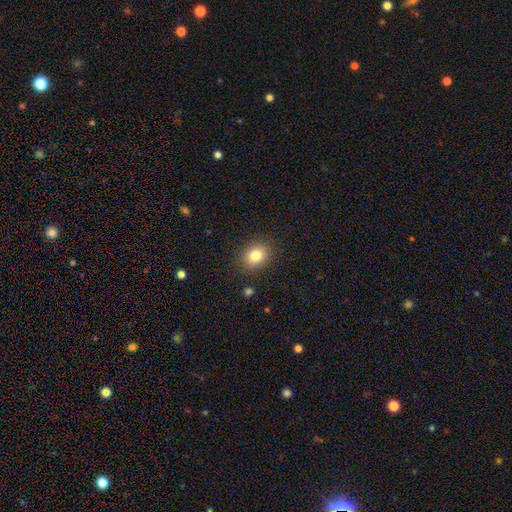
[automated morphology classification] This appears to be a smooth galaxy with no disk features (82%) that is in between round and cigar-shaped (51%). Merging: none (87%).